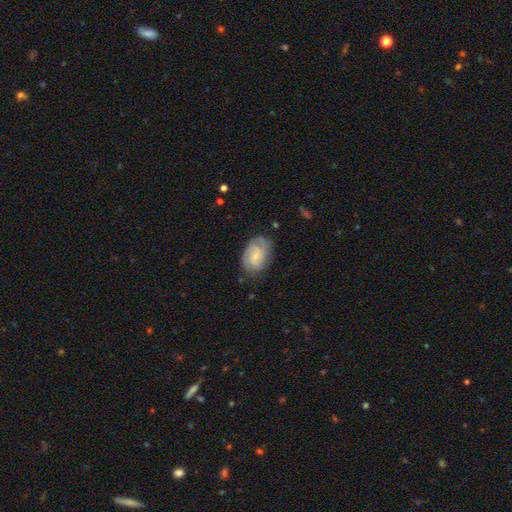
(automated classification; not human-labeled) A featured or disk galaxy (65%) with no bar (61%), 2 (33%) tight (51%) spiral arms (92%) and a small central bulge (67%). Merging: none (70%).